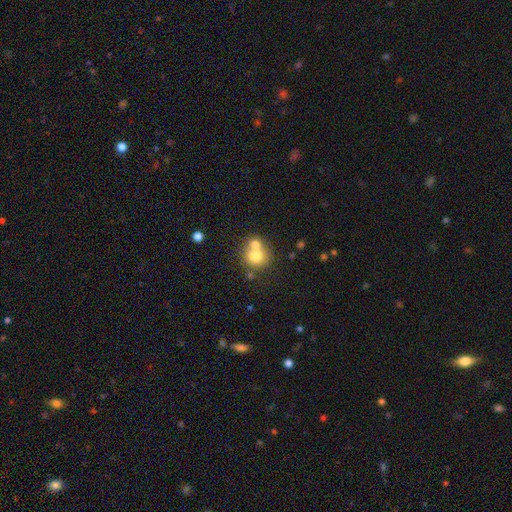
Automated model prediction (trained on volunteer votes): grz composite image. It shows a smooth galaxy with no disk features (72%) that is round (84%). Merging: merger (49%).